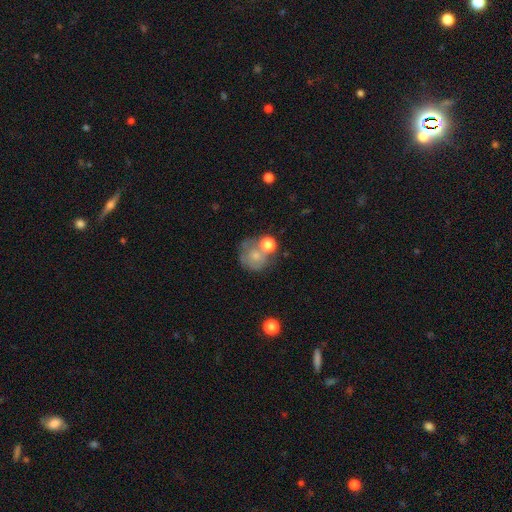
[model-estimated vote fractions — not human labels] Morphology: type=smooth (63%); roundness=round (82%); merging=none (42%).